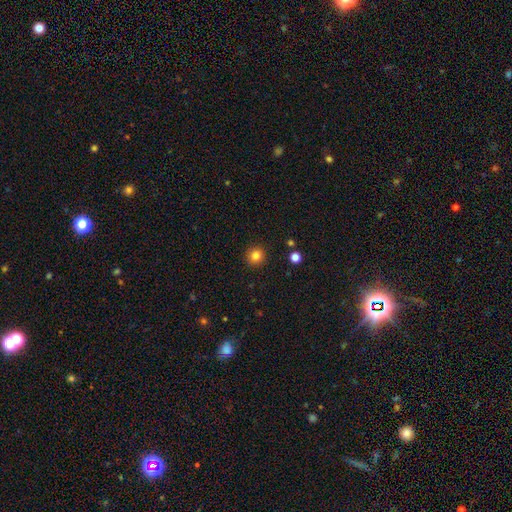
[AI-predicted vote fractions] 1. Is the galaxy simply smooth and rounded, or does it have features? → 82% smooth, 12% star or artifact, 5% featured or disk.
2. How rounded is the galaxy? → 95% round, 5% in between, 1% cigar-shaped.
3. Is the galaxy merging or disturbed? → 93% none, 5% minor disturbance, 2% major disturbance, 1% merger.